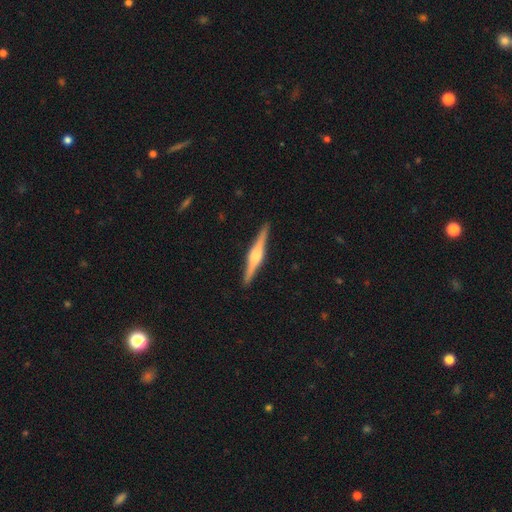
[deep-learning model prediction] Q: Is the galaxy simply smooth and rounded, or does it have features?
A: featured or disk — 78%.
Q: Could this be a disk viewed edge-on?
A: yes — 98%.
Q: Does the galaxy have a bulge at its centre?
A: rounded — 76%.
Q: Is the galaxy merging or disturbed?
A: none — 92%.